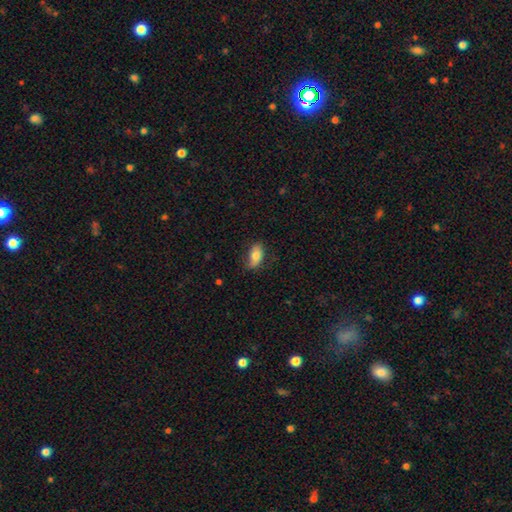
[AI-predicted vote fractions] Smooth or featured: smooth — 76% (featured or disk — 17%)
How rounded: in between — 91% (round — 5%)
Merging: none — 74% (minor disturbance — 20%)